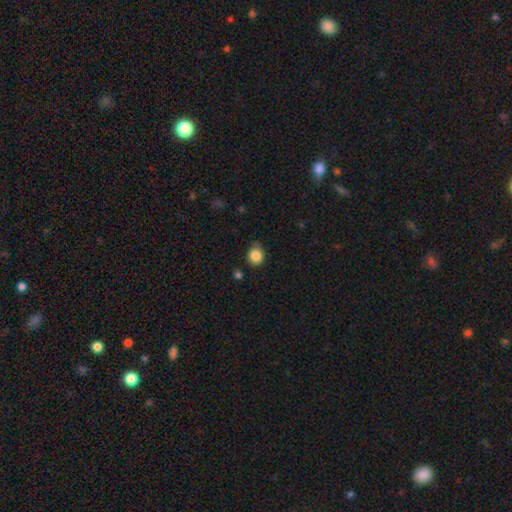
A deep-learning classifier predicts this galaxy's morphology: smooth 86%, star or artifact 10%, featured or disk 5%. Down the decision tree: how rounded — round (77%); merging — none (71%).